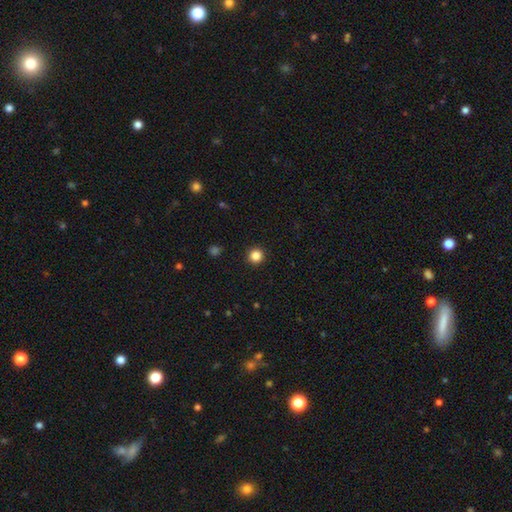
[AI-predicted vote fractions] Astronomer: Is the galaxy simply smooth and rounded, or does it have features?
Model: smooth — 85%.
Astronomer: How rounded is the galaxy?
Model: round — 96%.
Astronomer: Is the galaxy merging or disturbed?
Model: none — 93%.